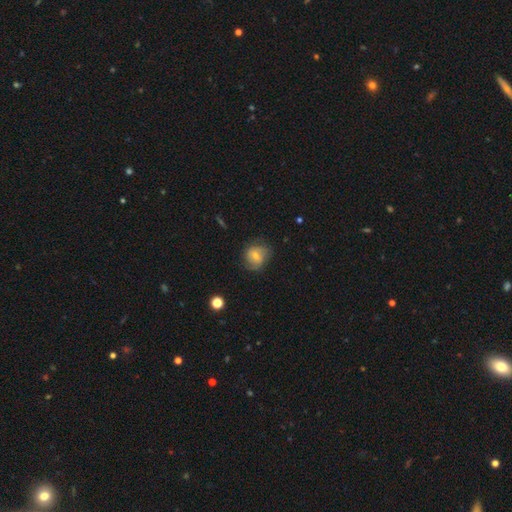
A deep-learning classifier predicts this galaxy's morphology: This is likely a smooth galaxy (61%). How rounded: likely round (71%). Merging: likely none (62%).